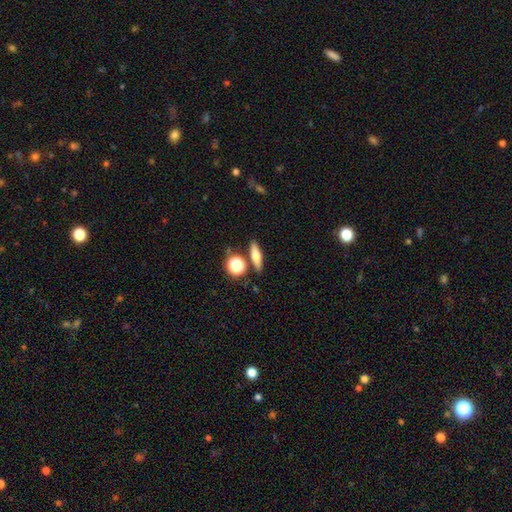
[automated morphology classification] The model was most divided on "how rounded": cigar-shaped: 54%, in between: 33%, round: 13%. More confident: merging — none (79%); smooth or featured — smooth (58%).